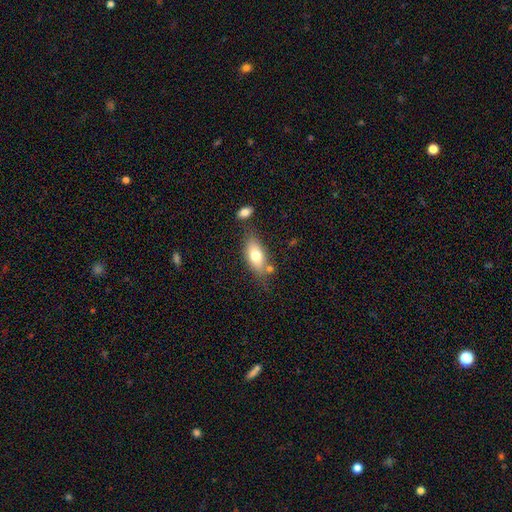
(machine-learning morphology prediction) Smooth or featured?
  - smooth: 75% *
  - featured or disk: 18%
  - star or artifact: 7%
How rounded?
  - in between: 85% *
  - cigar-shaped: 11%
  - round: 4%
Merging?
  - none: 67% *
  - minor disturbance: 18%
  - merger: 10%
  - major disturbance: 5%